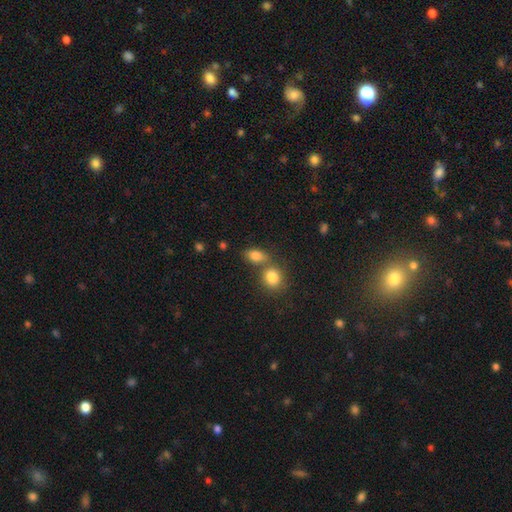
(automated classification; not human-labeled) This appears to be a smooth galaxy with no disk features (82%) that is in between round and cigar-shaped (77%). Merging: none (49%).